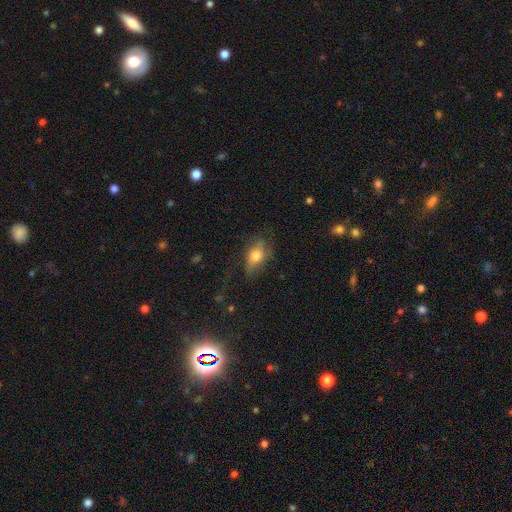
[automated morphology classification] This appears to be a smooth galaxy with no disk features (66%) that is in between round and cigar-shaped (79%). Merging: none (56%).